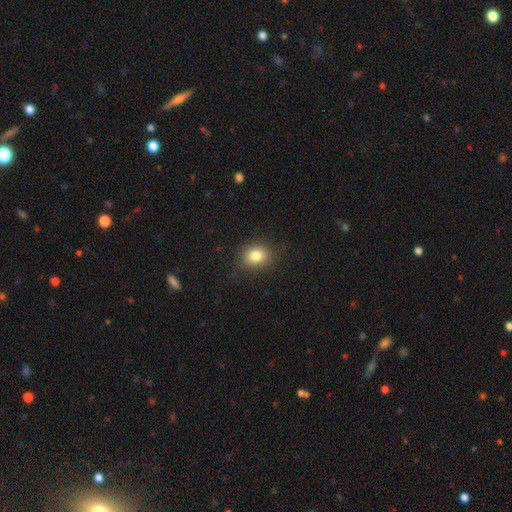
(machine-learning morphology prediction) This is clearly a smooth galaxy (82%). How rounded: possibly round (56%). Merging: clearly none (85%).